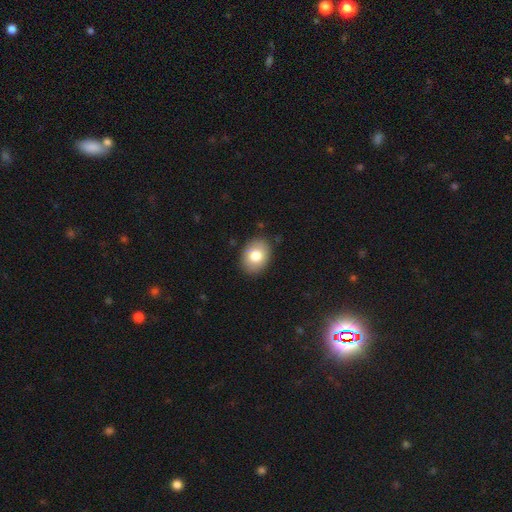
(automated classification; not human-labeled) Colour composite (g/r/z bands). It shows a smooth galaxy with no disk features (80%) that is in between round and cigar-shaped (69%). Merging: none (87%).